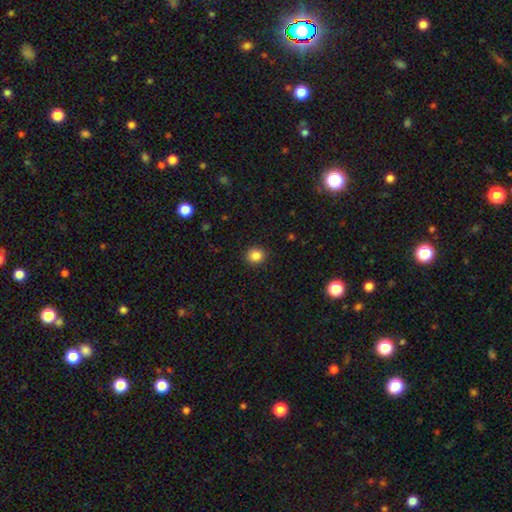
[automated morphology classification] Smooth or featured?
  - smooth: 85% *
  - star or artifact: 11%
  - featured or disk: 4%
How rounded?
  - round: 84% *
  - in between: 15%
  - cigar-shaped: 1%
Merging?
  - none: 91% *
  - minor disturbance: 6%
  - major disturbance: 2%
  - merger: 1%